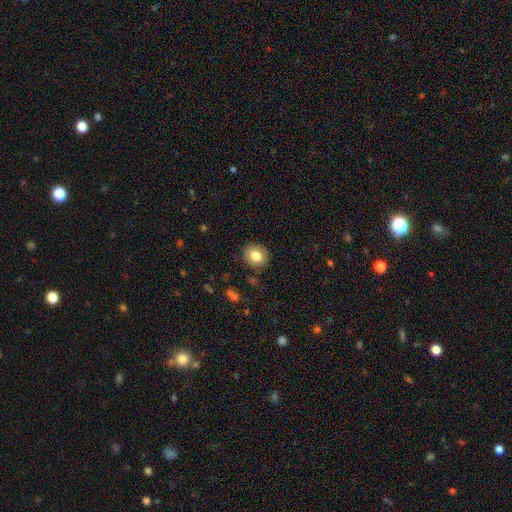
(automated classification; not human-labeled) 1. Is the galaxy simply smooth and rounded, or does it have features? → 80% smooth, 11% featured or disk, 9% star or artifact.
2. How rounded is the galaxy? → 72% round, 27% in between, 1% cigar-shaped.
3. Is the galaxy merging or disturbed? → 88% none, 8% minor disturbance, 2% major disturbance, 1% merger.